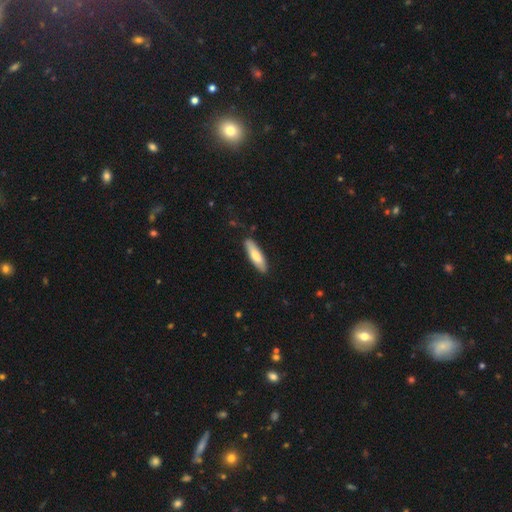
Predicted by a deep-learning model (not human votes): Smooth or featured: smooth — 75% (featured or disk — 20%)
How rounded: cigar-shaped — 61% (in between — 37%)
Merging: none — 86% (minor disturbance — 11%)